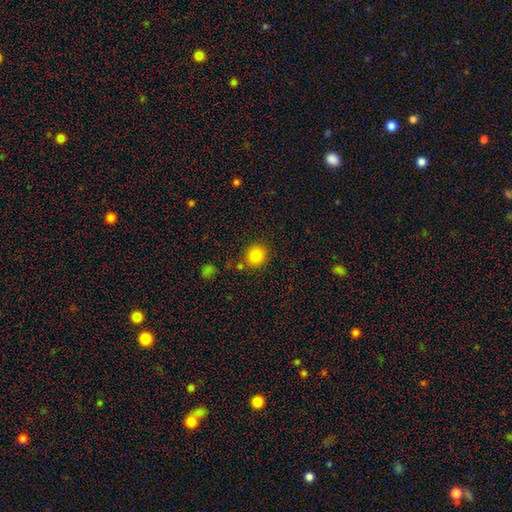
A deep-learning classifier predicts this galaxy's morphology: Smooth or featured: smooth — 84% (star or artifact — 11%)
How rounded: round — 83% (in between — 16%)
Merging: none — 80% (minor disturbance — 10%)